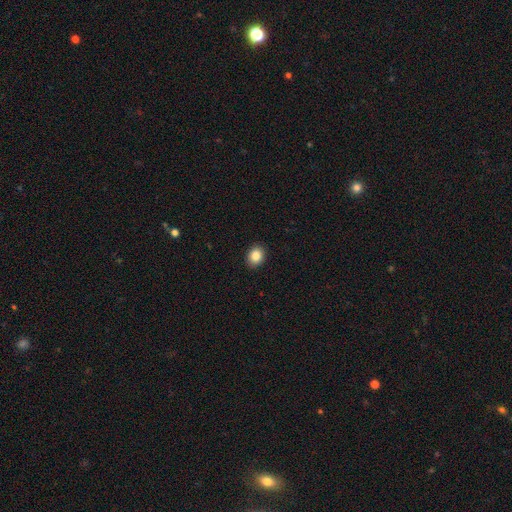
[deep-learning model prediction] Smooth or featured? smooth (85%)
How rounded? round (53%)
Merging? none (91%)